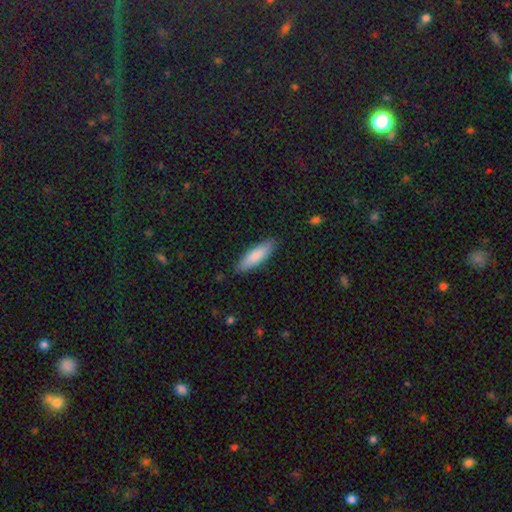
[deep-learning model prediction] smooth 84%, featured or disk 11%, star or artifact 5%. Down the decision tree: how rounded — cigar-shaped (56%); merging — none (87%).